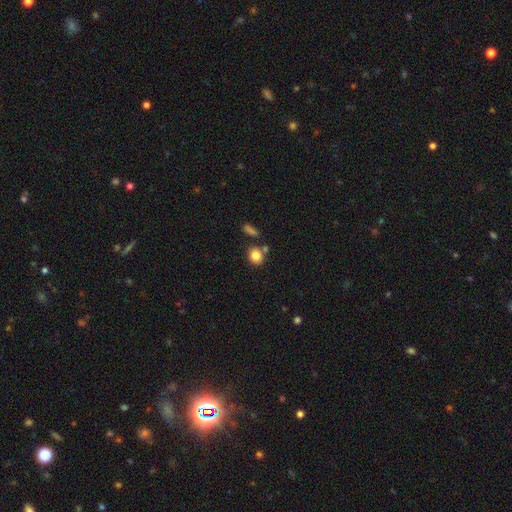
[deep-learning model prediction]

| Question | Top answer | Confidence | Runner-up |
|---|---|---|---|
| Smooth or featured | smooth | 83% | star or artifact (9%) |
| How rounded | round | 67% | in between (32%) |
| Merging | none | 71% | merger (14%) |